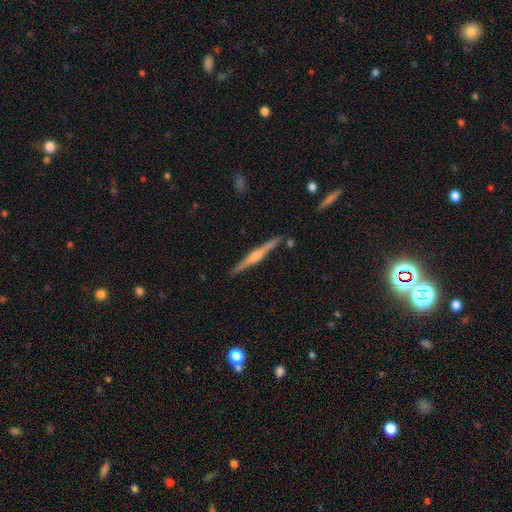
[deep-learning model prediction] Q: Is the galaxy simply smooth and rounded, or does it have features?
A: featured or disk — 77%.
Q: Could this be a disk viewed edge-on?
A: yes — 98%.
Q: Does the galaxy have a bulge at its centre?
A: rounded — 83%.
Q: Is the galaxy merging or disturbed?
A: none — 89%.